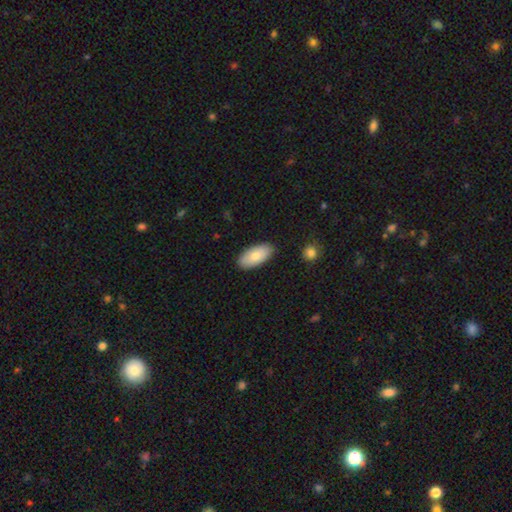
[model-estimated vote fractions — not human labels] Overall: smooth (80%). How rounded: in between (93%). Merging: none (87%).